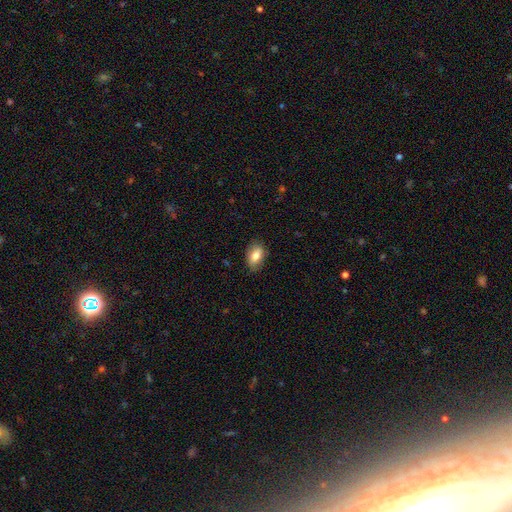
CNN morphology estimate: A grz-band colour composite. It shows a smooth galaxy with no disk features (78%) that is in between round and cigar-shaped (88%). Merging: none (82%).